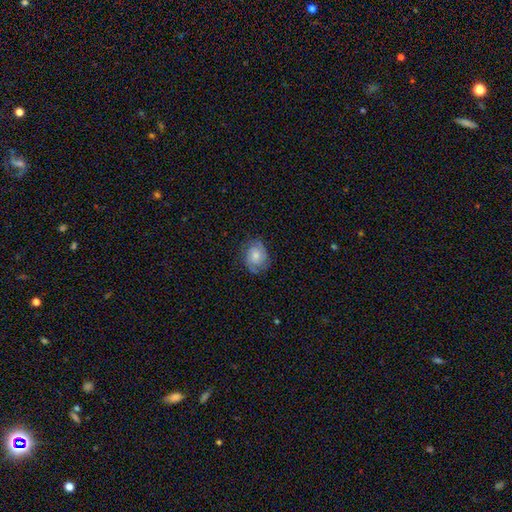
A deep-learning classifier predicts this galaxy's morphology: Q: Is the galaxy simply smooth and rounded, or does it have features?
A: featured or disk — 67%.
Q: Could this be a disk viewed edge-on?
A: no — 97%.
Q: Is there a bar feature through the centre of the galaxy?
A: no — 70%.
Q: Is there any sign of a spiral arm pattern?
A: yes — 92%.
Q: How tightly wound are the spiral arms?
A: tight — 58%.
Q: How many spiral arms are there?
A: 2 — 60%.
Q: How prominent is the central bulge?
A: moderate — 50%.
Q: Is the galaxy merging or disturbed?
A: none — 77%.